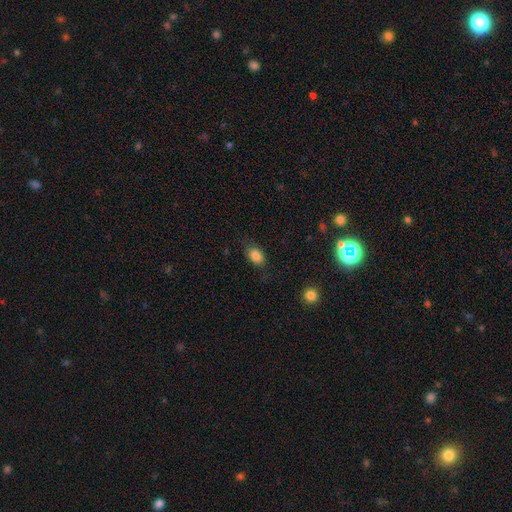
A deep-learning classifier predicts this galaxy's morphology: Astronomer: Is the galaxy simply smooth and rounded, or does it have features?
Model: smooth — 84%.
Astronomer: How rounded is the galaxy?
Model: in between — 82%.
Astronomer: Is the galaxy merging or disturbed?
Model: none — 77%.